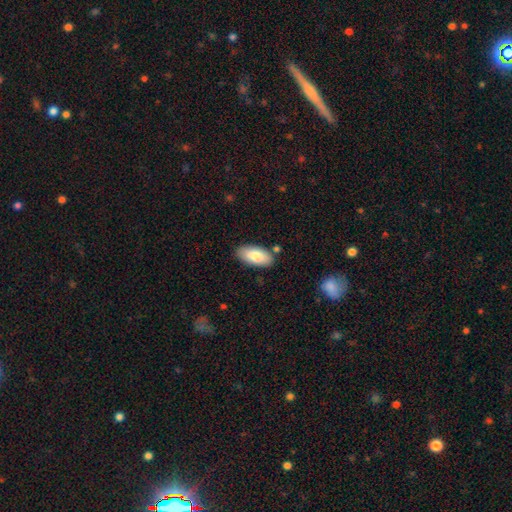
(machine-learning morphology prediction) type=smooth (83%); roundness=in between (91%); merging=none (83%).